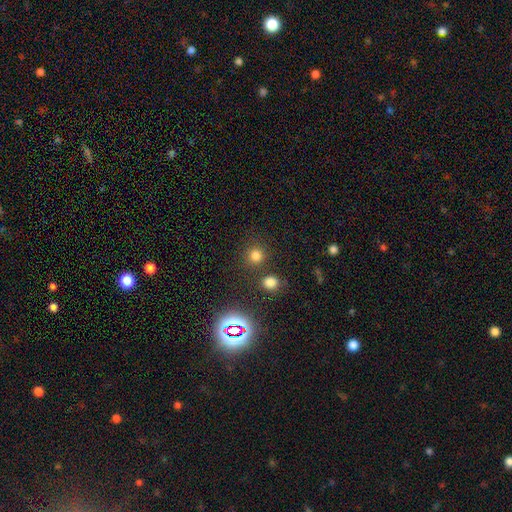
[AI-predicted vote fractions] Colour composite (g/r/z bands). It shows a smooth galaxy with no disk features (76%) that is round (91%). Merging: none (82%).